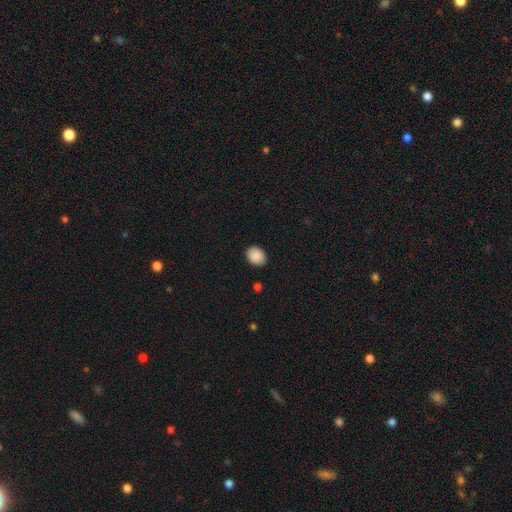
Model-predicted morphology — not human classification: smooth_or_featured: smooth (p=0.90) [alt: star or artifact p=0.07]
how_rounded: in between (p=0.60) [alt: round p=0.39]
merging: none (p=0.88) [alt: minor disturbance p=0.09]